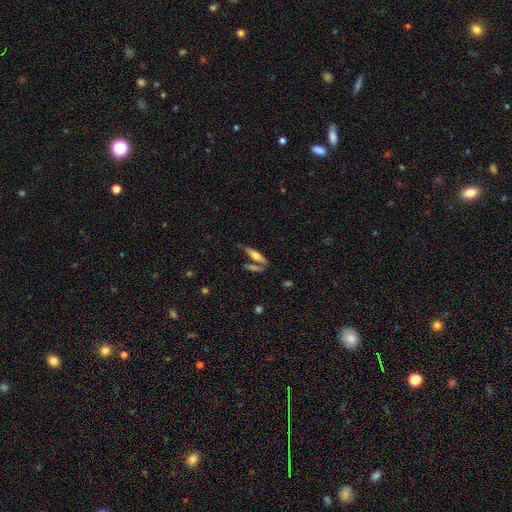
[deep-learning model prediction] Morphology: type=smooth (49%); merging=none (60%).